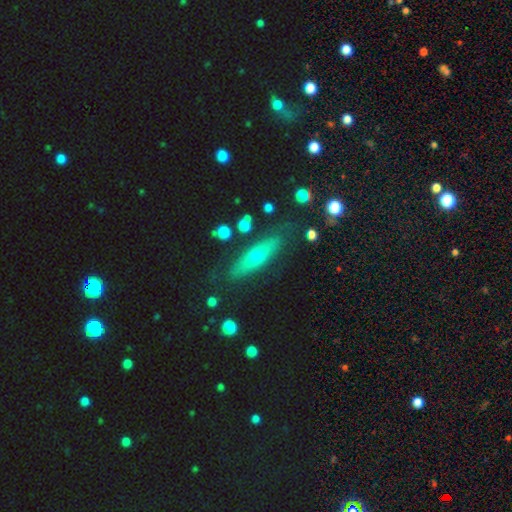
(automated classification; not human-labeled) Smooth or featured? Predicted: smooth (p=0.47). Merging? Predicted: none (p=0.81).